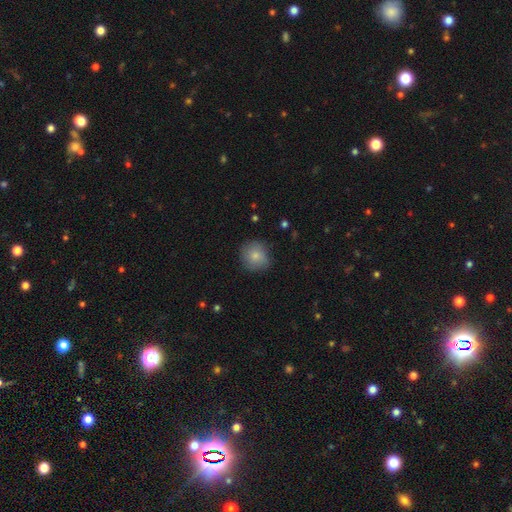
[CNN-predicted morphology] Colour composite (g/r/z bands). It shows a smooth galaxy with no disk features (81%) that is round (88%). Merging: none (79%).